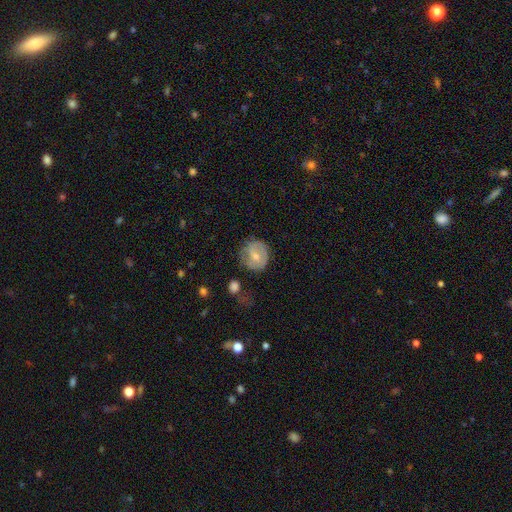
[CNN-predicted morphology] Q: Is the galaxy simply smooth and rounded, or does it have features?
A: smooth — 47%.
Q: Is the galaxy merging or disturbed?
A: none — 61%.